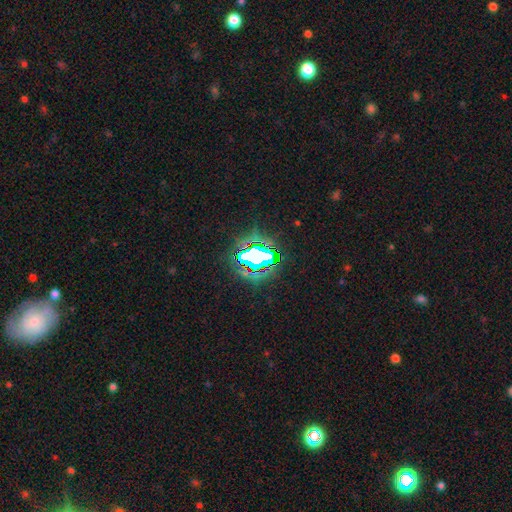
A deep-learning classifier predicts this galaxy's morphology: Smooth or featured?
  - star or artifact: 66% *
  - smooth: 20%
  - featured or disk: 14%